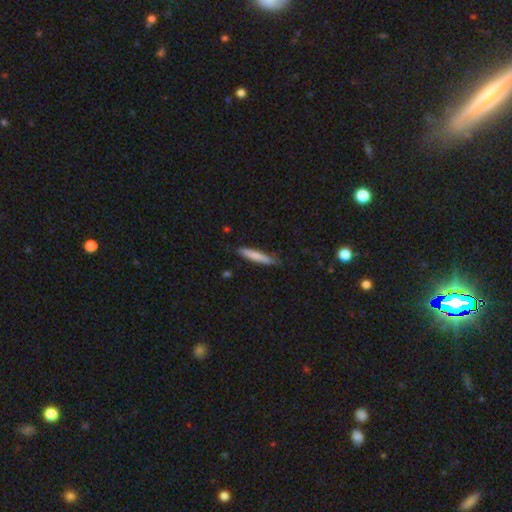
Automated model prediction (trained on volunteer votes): This appears to be a smooth galaxy with no disk features (76%) that is cigar-shaped (92%). Merging: none (82%).